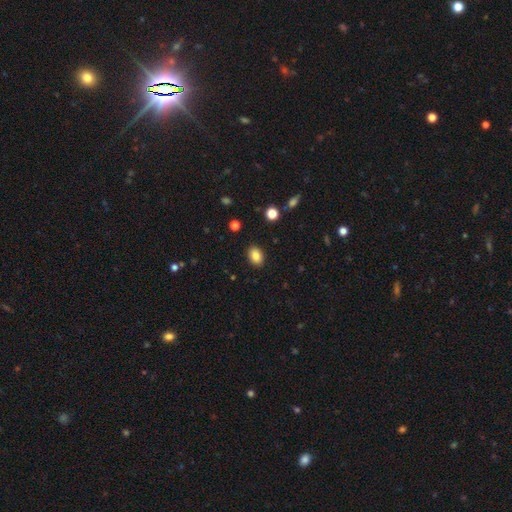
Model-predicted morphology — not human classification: smooth 85%, star or artifact 9%, featured or disk 5%. Down the decision tree: how rounded — in between (80%); merging — none (89%).